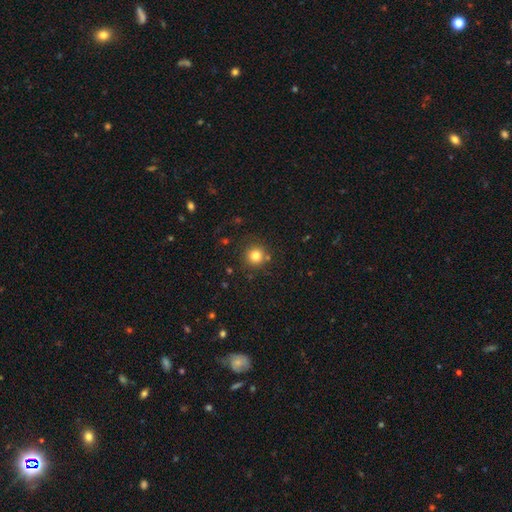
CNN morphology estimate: This appears to be a smooth galaxy with no disk features (80%) that is round (94%). Merging: none (84%).